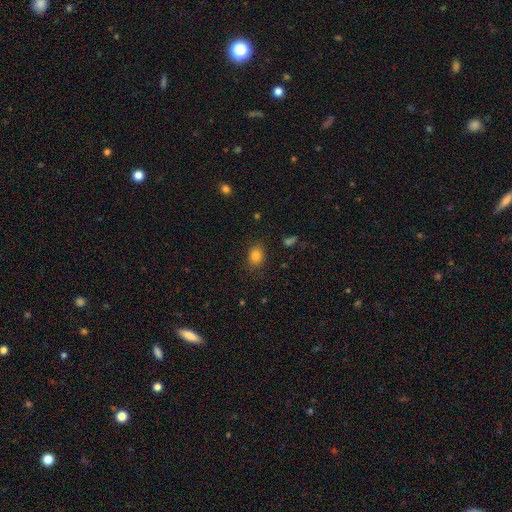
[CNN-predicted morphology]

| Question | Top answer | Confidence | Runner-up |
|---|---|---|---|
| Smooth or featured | smooth | 82% | star or artifact (12%) |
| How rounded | in between | 56% | round (43%) |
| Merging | none | 84% | minor disturbance (11%) |